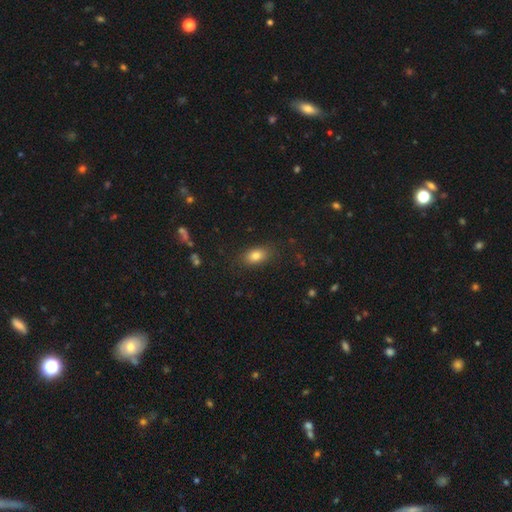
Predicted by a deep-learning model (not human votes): A smooth galaxy with no disk features (82%) that is in between round and cigar-shaped (86%). Merging: none (84%).